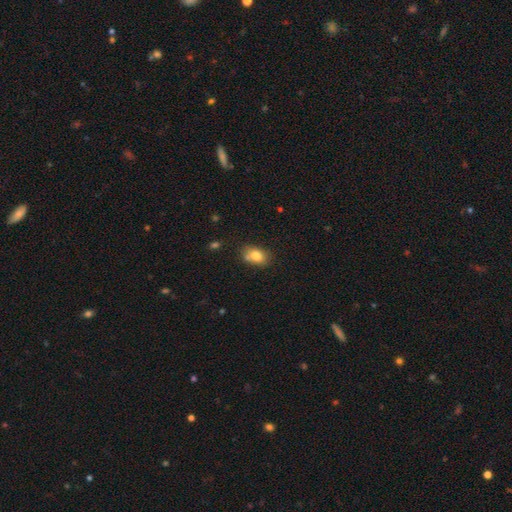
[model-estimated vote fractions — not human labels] The model was most divided on "merging": none: 62%, minor disturbance: 18%, merger: 16%, major disturbance: 4%. More confident: smooth or featured — smooth (79%); how rounded — in between (75%).